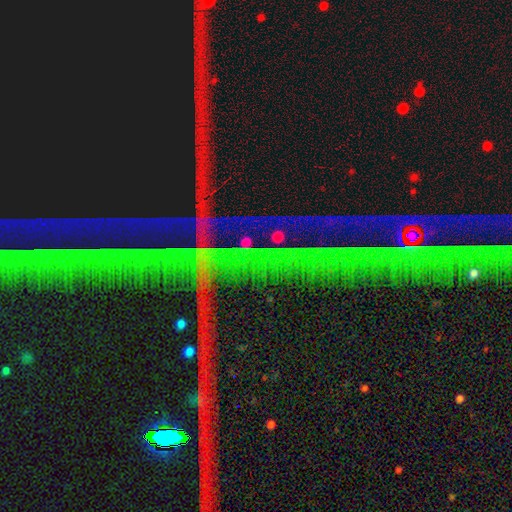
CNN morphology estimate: Smooth or featured? Predicted: star or artifact (p=0.89).